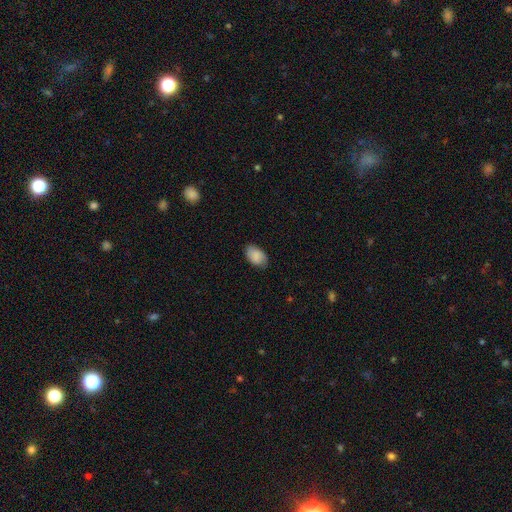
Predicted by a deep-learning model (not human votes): Overall: smooth (85%). How rounded: in between (91%). Merging: none (80%).